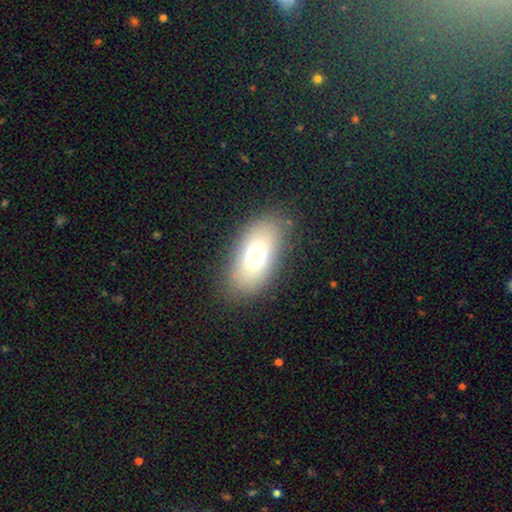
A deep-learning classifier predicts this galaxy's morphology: The model was most divided on "smooth or featured": smooth: 74%, featured or disk: 16%, star or artifact: 11%. More confident: how rounded — in between (90%); merging — none (83%).